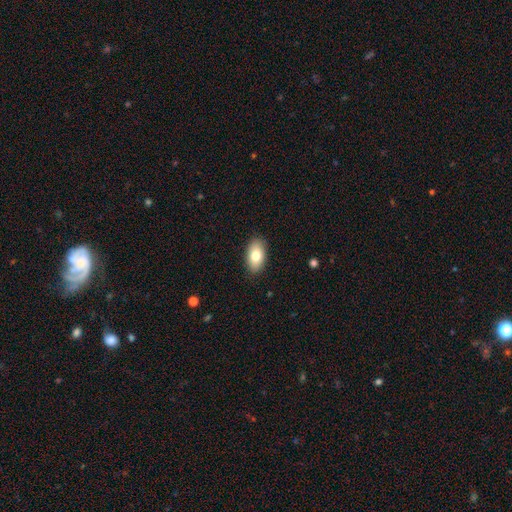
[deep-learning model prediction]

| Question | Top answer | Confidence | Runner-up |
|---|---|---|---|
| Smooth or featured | smooth | 80% | featured or disk (14%) |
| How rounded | in between | 93% | round (5%) |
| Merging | none | 88% | minor disturbance (9%) |